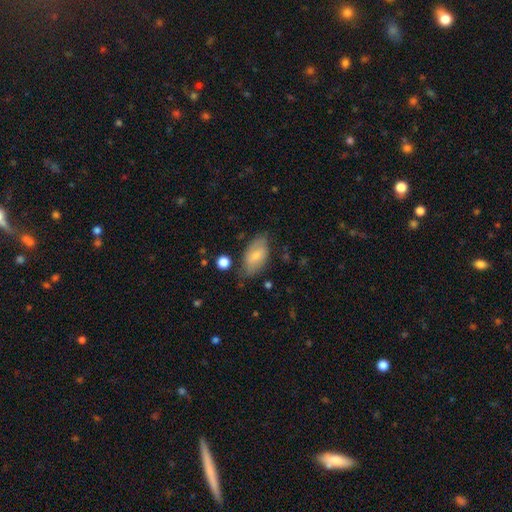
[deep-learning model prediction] A smooth galaxy with no disk features (67%) that is in between round and cigar-shaped (92%).

Vote fractions:
- Smooth or featured? smooth: 67% / featured or disk: 27% / star or artifact: 6%
- How rounded? in between: 92% / round: 5% / cigar-shaped: 3%
- Merging? none: 67% / minor disturbance: 24% / major disturbance: 6% / merger: 3%